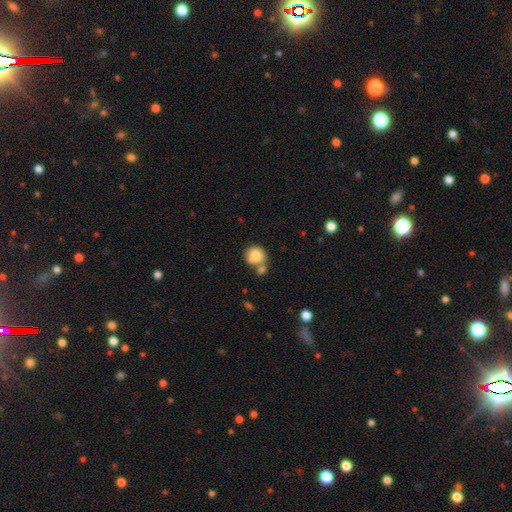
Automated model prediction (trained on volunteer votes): smooth-or-featured: smooth: 81% | featured or disk: 11% | star or artifact: 8%
  how-rounded: round: 83% | in between: 16% | cigar-shaped: 1%
  merging: none: 47% | merger: 35% | minor disturbance: 13% | major disturbance: 5%